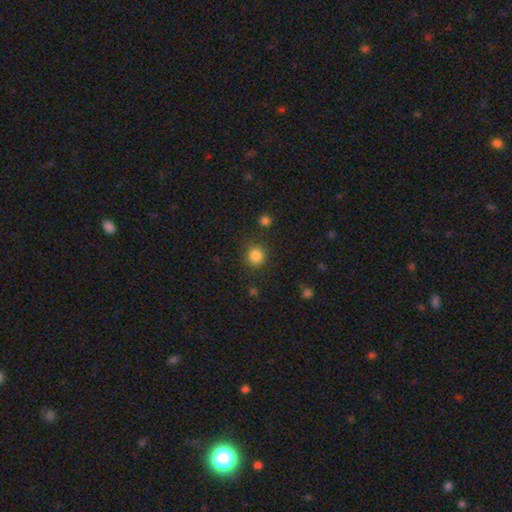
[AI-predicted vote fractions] This appears to be a smooth galaxy with no disk features (84%) that is round (91%). Merging: none (86%).